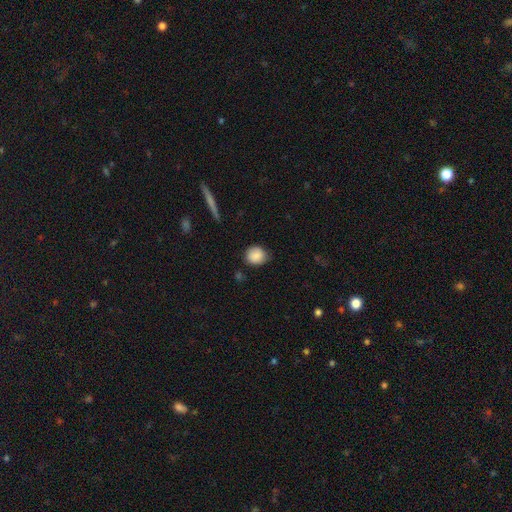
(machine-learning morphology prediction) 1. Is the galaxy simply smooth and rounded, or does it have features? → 86% smooth, 8% star or artifact, 6% featured or disk.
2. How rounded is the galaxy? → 76% round, 23% in between, 1% cigar-shaped.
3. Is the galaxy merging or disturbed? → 73% none, 21% minor disturbance, 4% major disturbance, 2% merger.